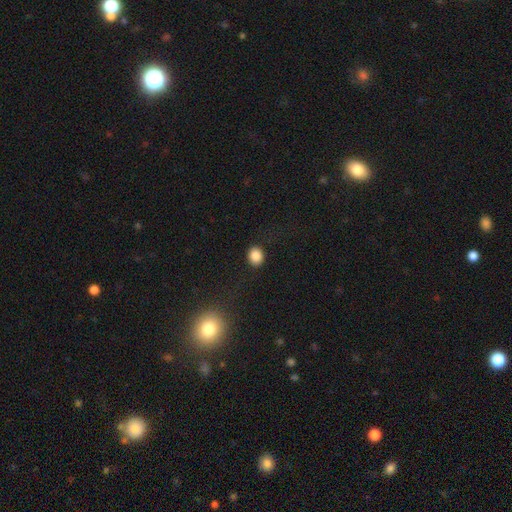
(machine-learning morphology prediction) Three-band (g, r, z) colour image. It shows a smooth galaxy with no disk features (86%) that is round (67%). Merging: none (89%).